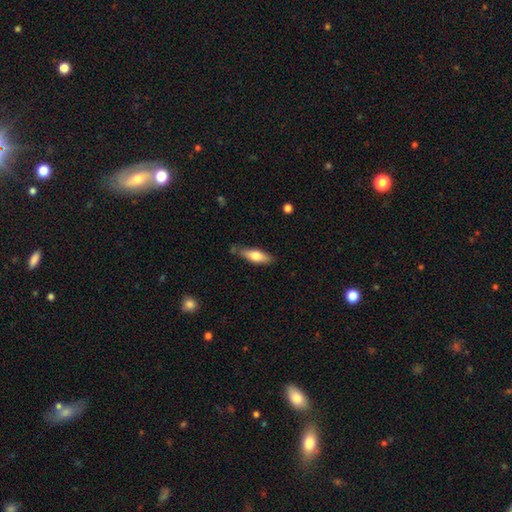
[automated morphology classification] This is likely a smooth galaxy (66%). How rounded: possibly cigar-shaped (51%). Merging: likely none (72%).